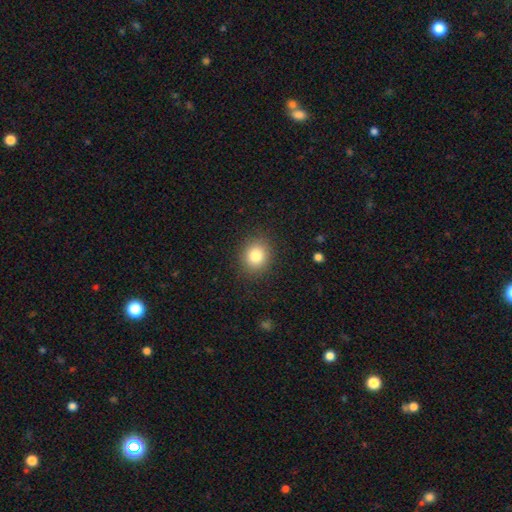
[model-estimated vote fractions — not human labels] Smooth or featured: smooth — 82% (star or artifact — 11%)
How rounded: round — 70% (in between — 29%)
Merging: none — 88% (minor disturbance — 8%)